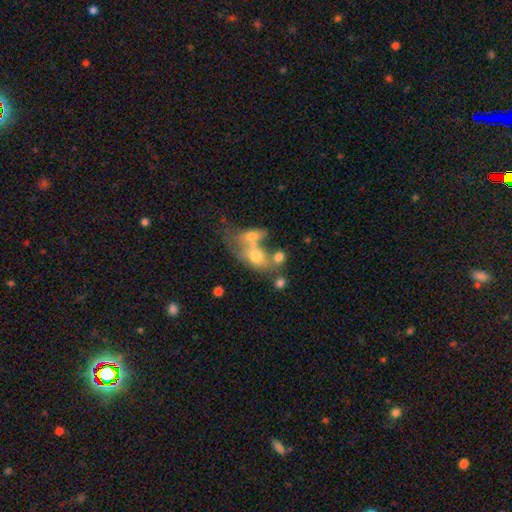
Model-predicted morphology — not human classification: Overall: smooth (57%; featured or disk 31%). How rounded: in between (68%; round 29%). Merging: merger (59%; none 20%).